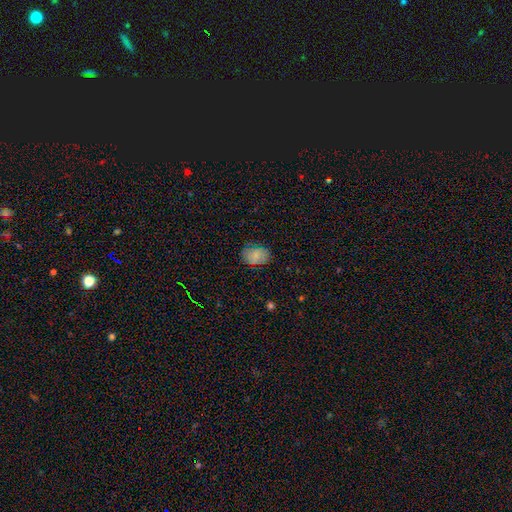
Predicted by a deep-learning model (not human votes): Smooth or featured: smooth — 78% (featured or disk — 12%)
How rounded: in between — 59% (round — 40%)
Merging: none — 77% (minor disturbance — 17%)